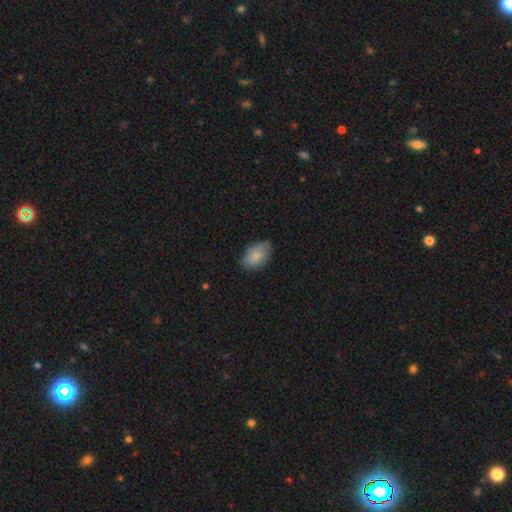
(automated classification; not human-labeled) Morphology: type=smooth (84%); roundness=in between (91%); merging=none (71%).